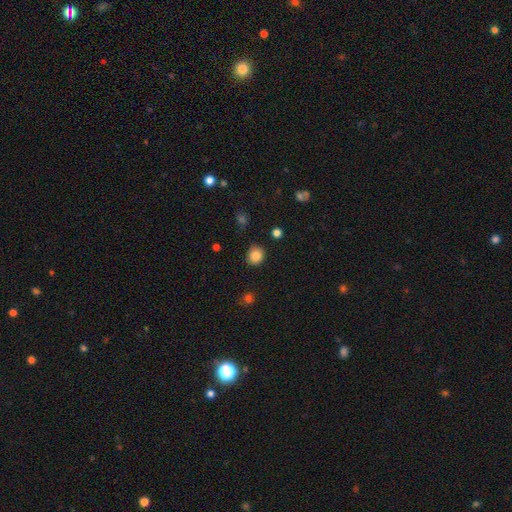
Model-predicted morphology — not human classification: smooth-or-featured: smooth: 84% | star or artifact: 10% | featured or disk: 6%
  how-rounded: round: 80% | in between: 19% | cigar-shaped: 1%
  merging: none: 87% | minor disturbance: 10% | major disturbance: 2% | merger: 2%